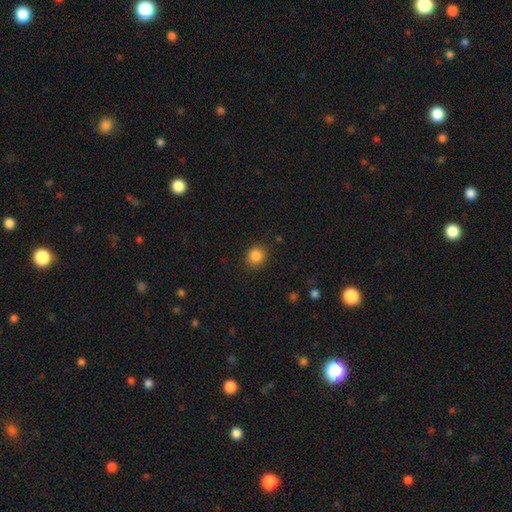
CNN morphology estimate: This is clearly a smooth galaxy (86%). How rounded: likely round (79%). Merging: clearly none (88%).